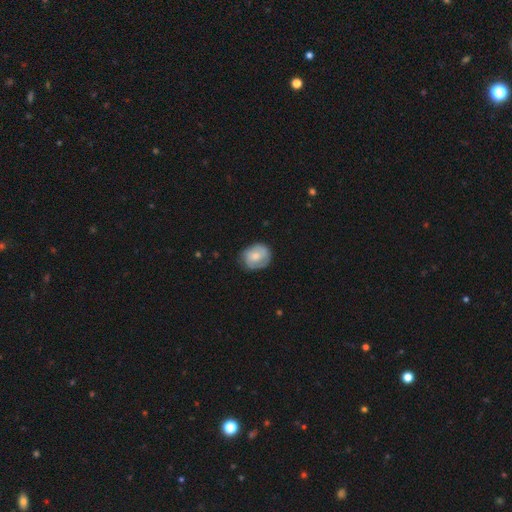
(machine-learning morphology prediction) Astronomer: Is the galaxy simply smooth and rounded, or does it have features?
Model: smooth — 55% (runner-up: featured or disk, 38%).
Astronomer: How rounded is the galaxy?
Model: round — 58% (runner-up: in between, 41%).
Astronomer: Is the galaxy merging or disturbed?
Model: none — 68%.